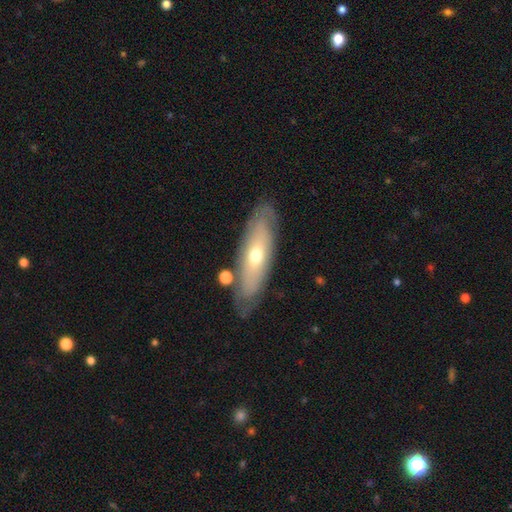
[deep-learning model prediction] The model was most divided on "smooth or featured": featured or disk: 51%, smooth: 43%, star or artifact: 6%. More confident: merging — none (77%); edge-on disk — no (61%).